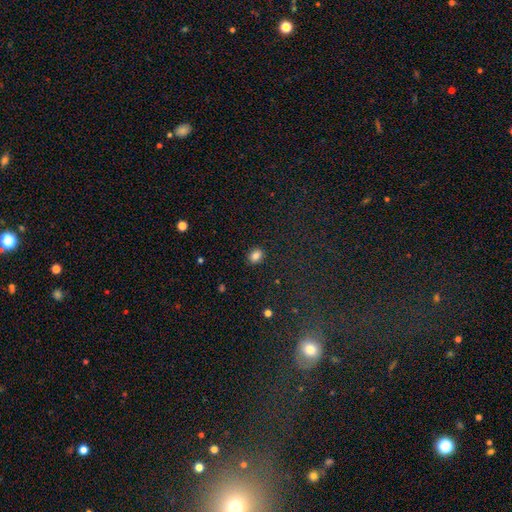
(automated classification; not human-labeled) The model was most divided on "how rounded": in between: 65%, round: 34%, cigar-shaped: 1%. More confident: merging — none (87%); smooth or featured — smooth (84%).